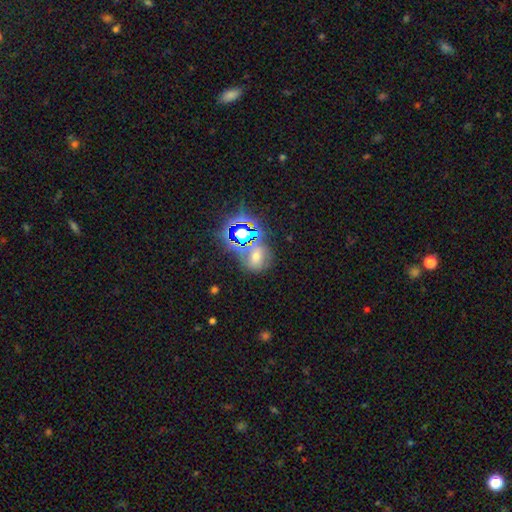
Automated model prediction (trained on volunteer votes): Overall: star or artifact (50%; smooth 35%).